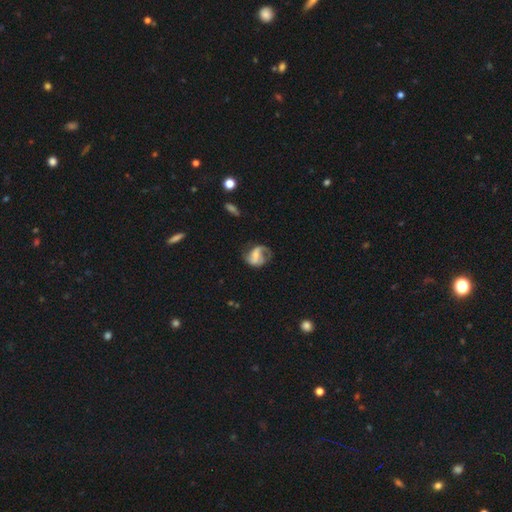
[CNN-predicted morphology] Smooth or featured? featured or disk (69%)
Edge-on disk? no (97%)
Bar? weak (42%)
Spiral arms? yes (85%)
Spiral winding? loose (44%)
Spiral arm count? 2 (66%)
Bulge size? small (42%)
Merging? none (46%)